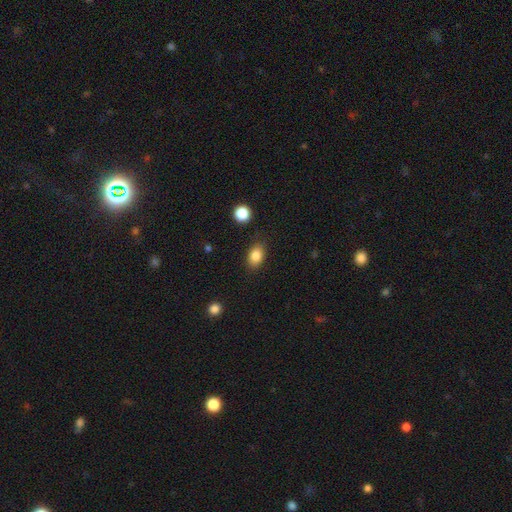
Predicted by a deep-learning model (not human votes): Smooth or featured: smooth — 85% (star or artifact — 9%)
How rounded: in between — 81% (round — 18%)
Merging: none — 84% (minor disturbance — 11%)